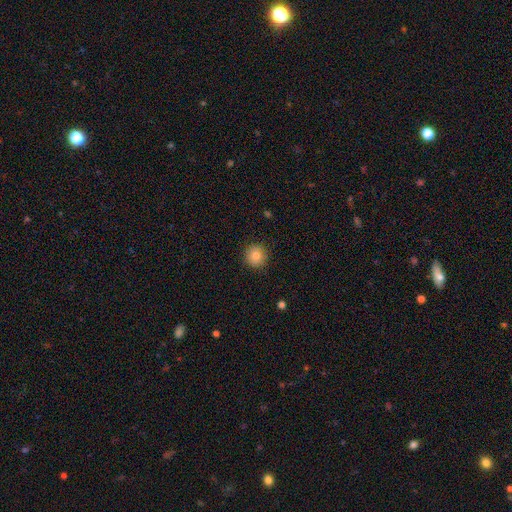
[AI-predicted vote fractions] Smooth or featured: smooth — 83% (star or artifact — 10%)
How rounded: round — 94% (in between — 5%)
Merging: none — 90% (minor disturbance — 7%)